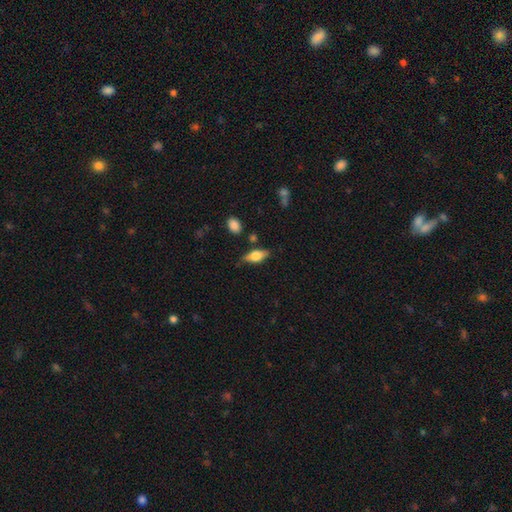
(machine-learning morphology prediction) type=smooth (62%); roundness=in between (76%); merging=none (76%).